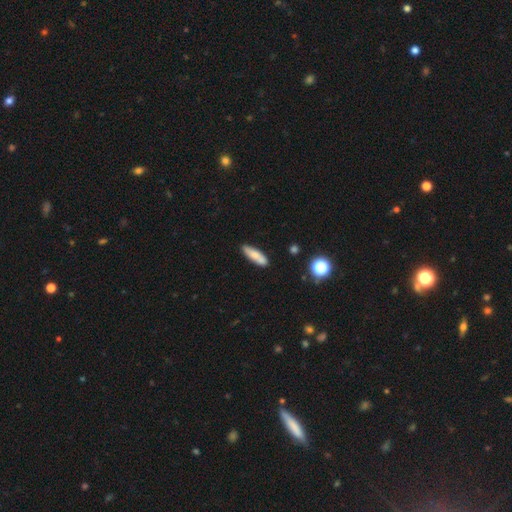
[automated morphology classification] Smooth or featured? smooth (75%)
How rounded? cigar-shaped (62%)
Merging? none (77%)